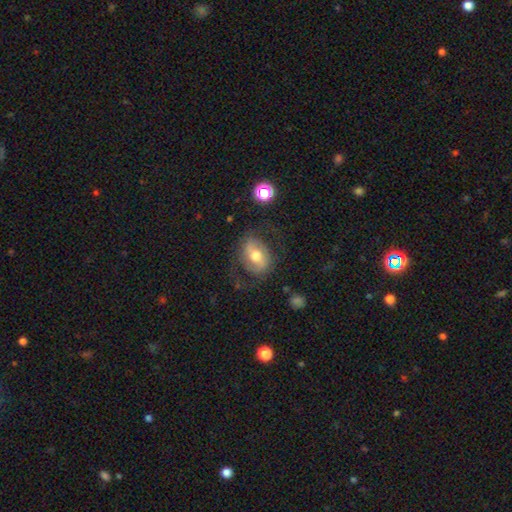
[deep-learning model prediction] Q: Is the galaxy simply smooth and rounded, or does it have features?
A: featured or disk — 58%.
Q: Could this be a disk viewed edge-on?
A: no — 95%.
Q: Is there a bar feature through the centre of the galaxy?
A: weak — 39%.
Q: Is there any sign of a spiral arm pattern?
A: yes — 65%.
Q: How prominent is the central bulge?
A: moderate — 72%.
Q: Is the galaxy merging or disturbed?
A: none — 64%.